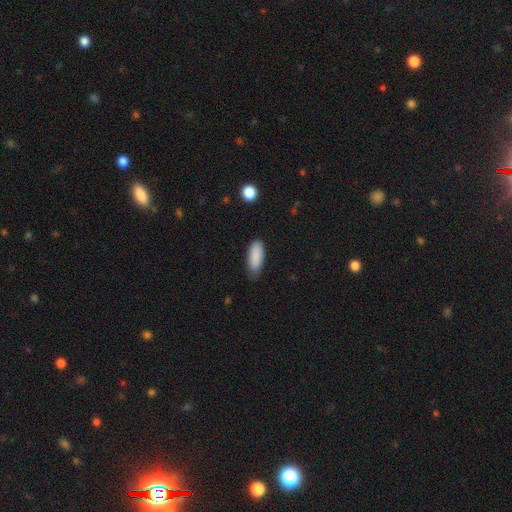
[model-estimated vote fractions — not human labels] A smooth galaxy with no disk features (89%) that is in between round and cigar-shaped (76%).

Vote fractions:
- Smooth or featured? smooth: 89% / star or artifact: 6% / featured or disk: 5%
- How rounded? in between: 76% / cigar-shaped: 22% / round: 2%
- Merging? none: 76% / minor disturbance: 20% / major disturbance: 3% / merger: 1%